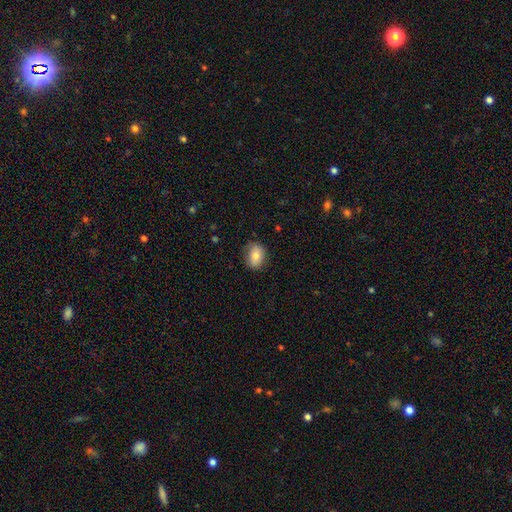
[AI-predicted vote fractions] Q: Smooth or featured?
A: smooth (78%); runner-up: featured or disk (14%)
Q: How rounded?
A: in between (67%); runner-up: round (32%)
Q: Merging?
A: none (79%); runner-up: minor disturbance (17%)